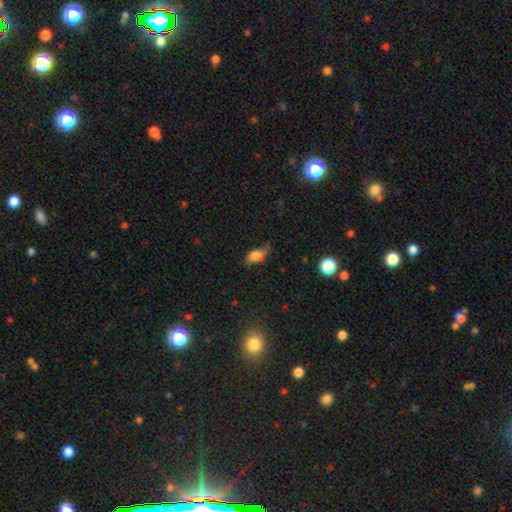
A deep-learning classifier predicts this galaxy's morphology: smooth_or_featured: smooth (p=0.70) [alt: featured or disk p=0.20]
how_rounded: in between (p=0.86) [alt: round p=0.07]
merging: none (p=0.43) [alt: minor disturbance p=0.35]